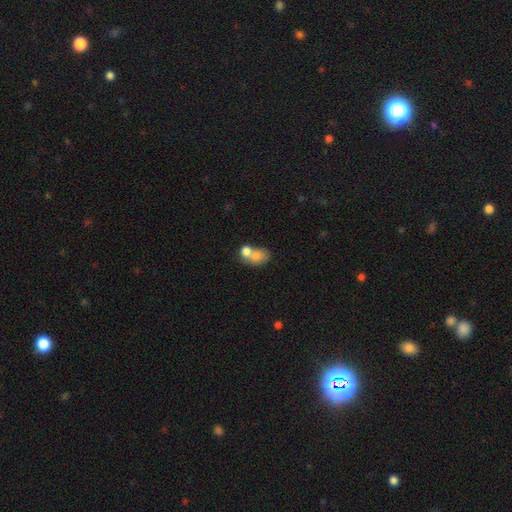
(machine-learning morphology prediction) smooth_or_featured: smooth (p=0.75) [alt: featured or disk p=0.17]
how_rounded: in between (p=0.63) [alt: round p=0.35]
merging: merger (p=0.62) [alt: none p=0.23]